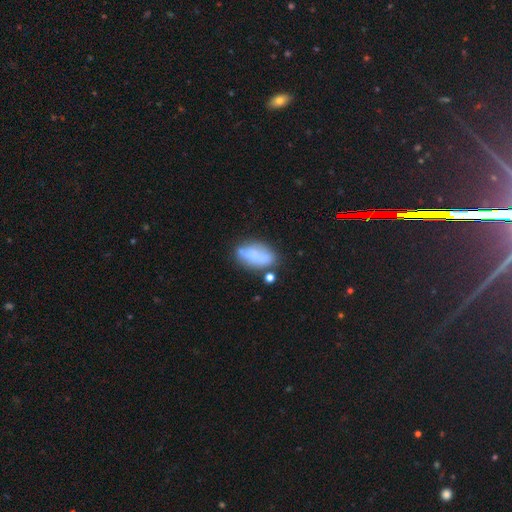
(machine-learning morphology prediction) This appears to be a smooth galaxy with no disk features (71%) that is in between round and cigar-shaped (89%). Merging: none (54%).